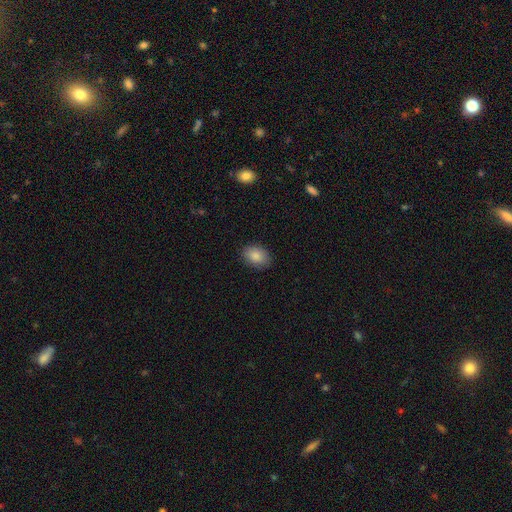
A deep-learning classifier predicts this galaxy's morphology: Smooth or featured? Predicted: smooth (p=0.87). How rounded? Predicted: in between (p=0.78). Merging? Predicted: none (p=0.87).